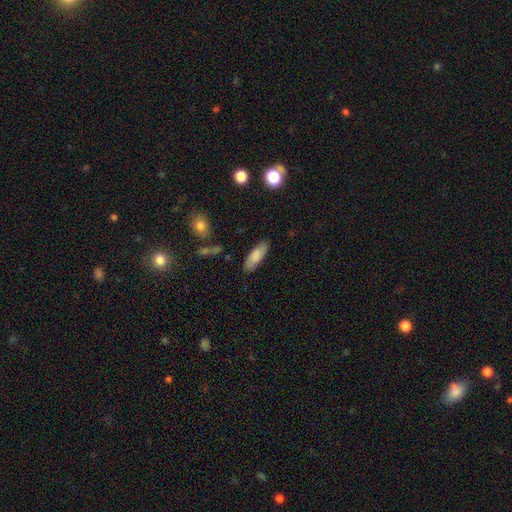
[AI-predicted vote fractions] Overall: smooth (82%). How rounded: in between (62%; cigar-shaped 36%). Merging: none (84%).